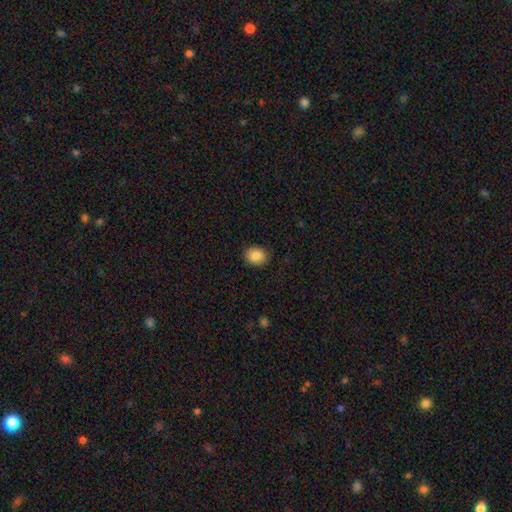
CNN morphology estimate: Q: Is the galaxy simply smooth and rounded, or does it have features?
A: smooth — 86%.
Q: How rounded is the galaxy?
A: round — 55%.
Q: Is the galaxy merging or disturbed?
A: none — 89%.